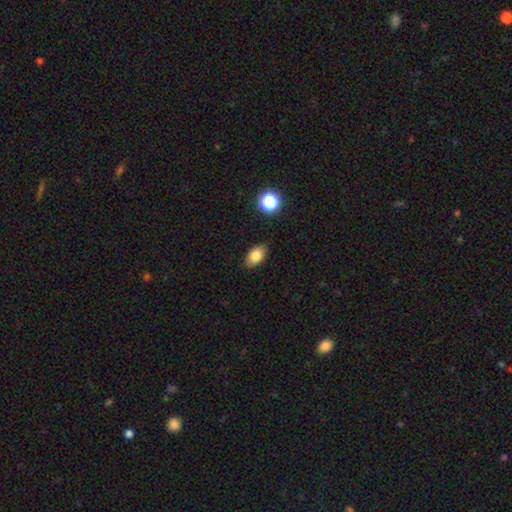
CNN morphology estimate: smooth_or_featured: smooth (p=0.82) [alt: star or artifact p=0.09]
how_rounded: in between (p=0.90) [alt: round p=0.08]
merging: none (p=0.87) [alt: minor disturbance p=0.10]